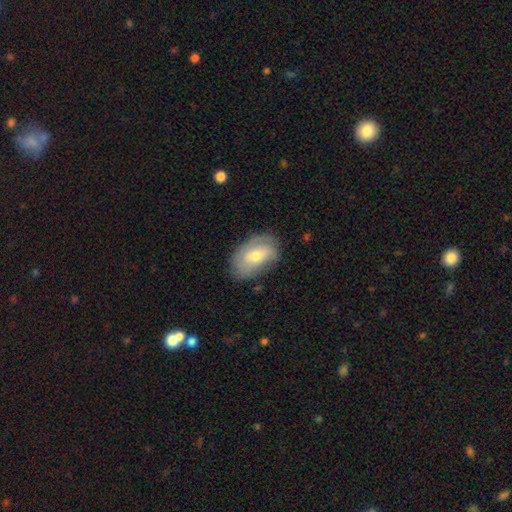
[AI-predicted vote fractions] A smooth galaxy with no disk features (54%) that is in between round and cigar-shaped (89%). Merging: none (73%).